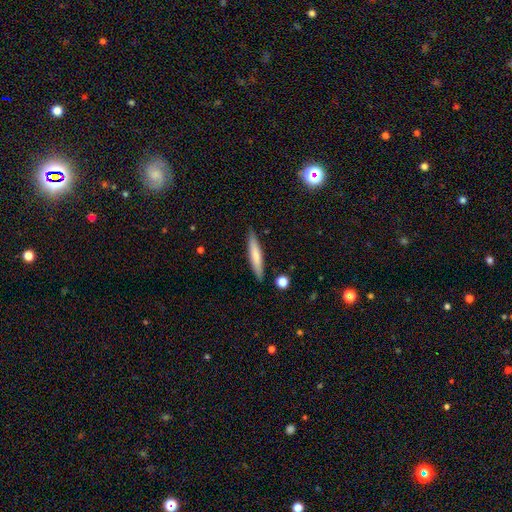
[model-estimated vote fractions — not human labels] Smooth or featured?
  - smooth: 70% *
  - featured or disk: 25%
  - star or artifact: 5%
How rounded?
  - cigar-shaped: 91% *
  - in between: 8%
  - round: 1%
Merging?
  - none: 87% *
  - minor disturbance: 9%
  - merger: 2%
  - major disturbance: 2%